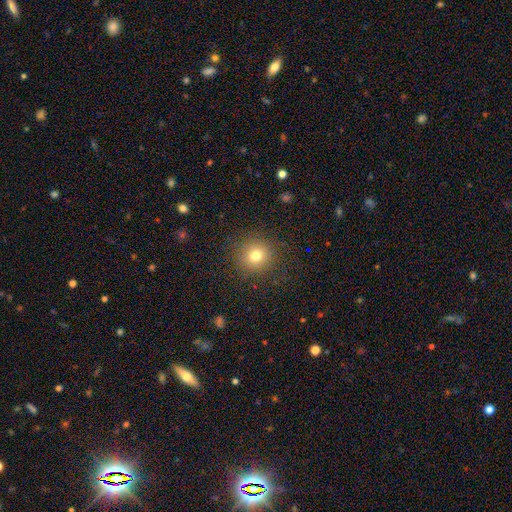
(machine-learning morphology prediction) A smooth galaxy with no disk features (76%) that is round (92%).

Vote fractions:
- Smooth or featured? smooth: 76% / star or artifact: 15% / featured or disk: 9%
- How rounded? round: 92% / in between: 7% / cigar-shaped: 1%
- Merging? none: 88% / minor disturbance: 7% / major disturbance: 4% / merger: 1%